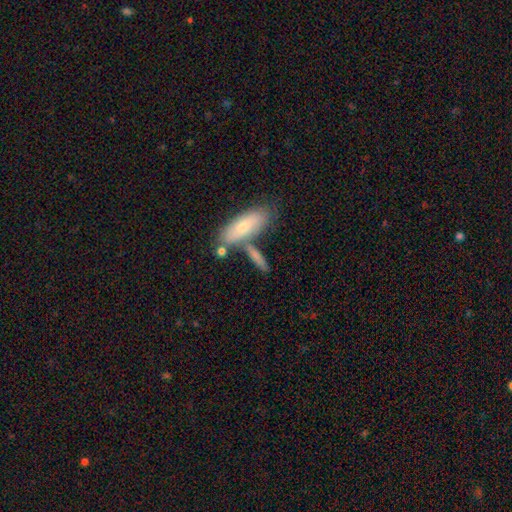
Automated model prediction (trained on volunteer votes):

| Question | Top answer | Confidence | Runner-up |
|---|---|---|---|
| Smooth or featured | smooth | 69% | featured or disk (24%) |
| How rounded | cigar-shaped | 60% | in between (36%) |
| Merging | none | 55% | merger (28%) |